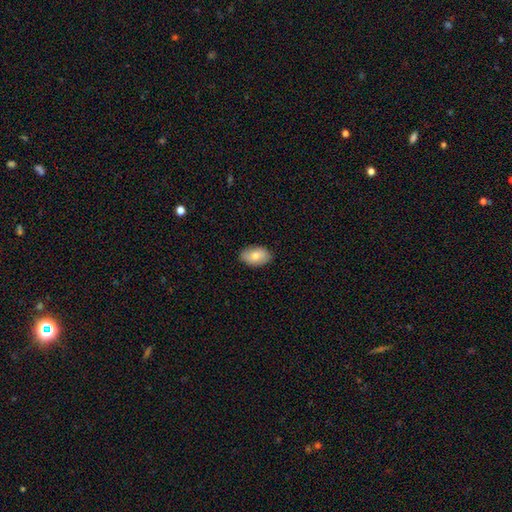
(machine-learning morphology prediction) Smooth or featured? Predicted: smooth (p=0.79). How rounded? Predicted: in between (p=0.92). Merging? Predicted: none (p=0.87).